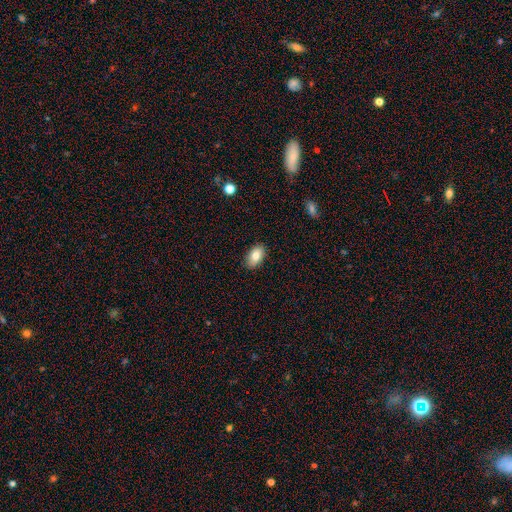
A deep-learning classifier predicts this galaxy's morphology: Smooth or featured? smooth (83%)
How rounded? in between (92%)
Merging? none (88%)